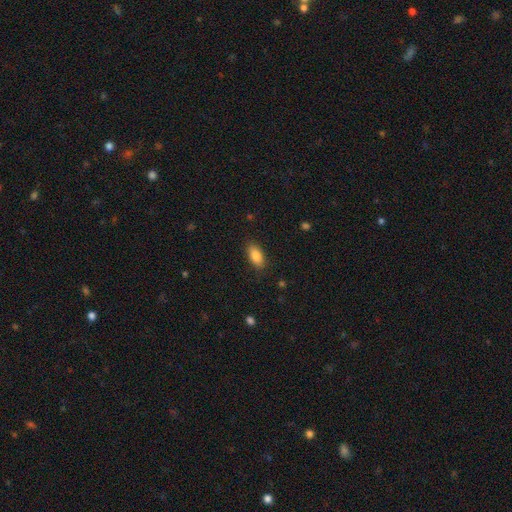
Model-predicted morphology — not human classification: Smooth or featured: smooth — 86% (star or artifact — 8%)
How rounded: in between — 89% (cigar-shaped — 7%)
Merging: none — 86% (minor disturbance — 10%)